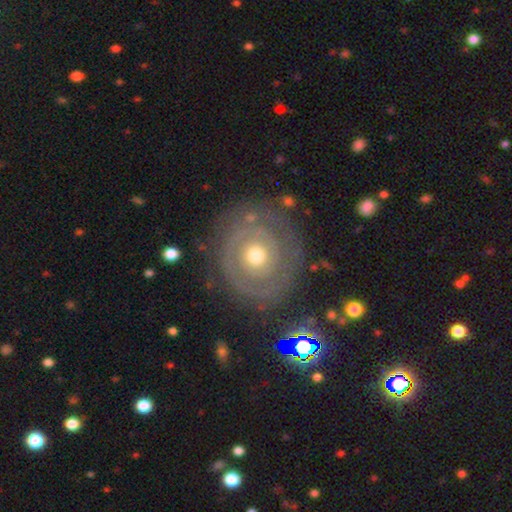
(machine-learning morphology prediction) This appears to be a featured or disk galaxy (70%) with no bar (89%), spiral arms (59%) and a moderate central bulge (66%). Merging: none (76%).